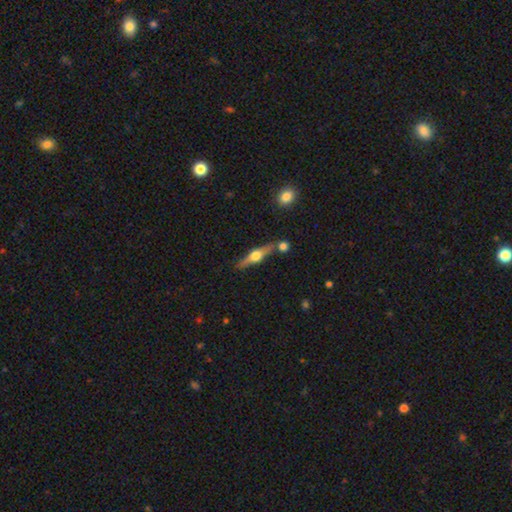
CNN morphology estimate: featured or disk 70%, smooth 24%, star or artifact 6%. Down the decision tree: edge-on disk — yes (96%); edge-on bulge — rounded (95%); merging — none (76%).